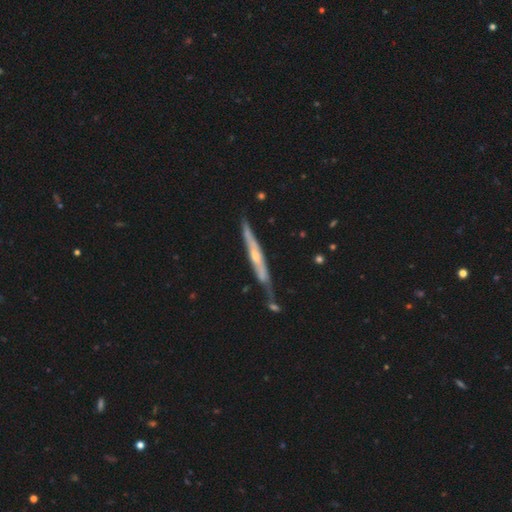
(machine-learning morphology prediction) type=featured or disk (73%); edge-on=yes (89%); edge-on bulge=rounded (62%); merging=none (60%).